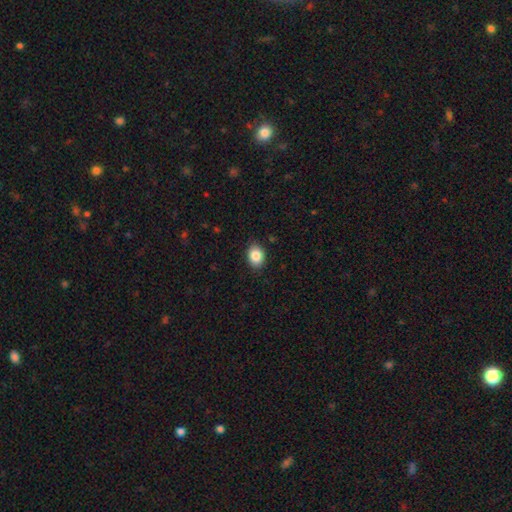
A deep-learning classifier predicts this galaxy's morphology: Smooth or featured: smooth — 87% (star or artifact — 8%)
How rounded: in between — 67% (round — 32%)
Merging: none — 87% (minor disturbance — 10%)